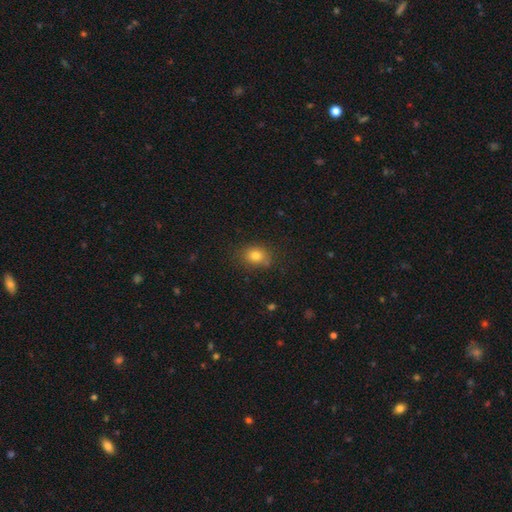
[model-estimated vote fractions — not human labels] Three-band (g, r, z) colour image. It shows a smooth galaxy with no disk features (80%) that is in between round and cigar-shaped (52%). Merging: none (78%).